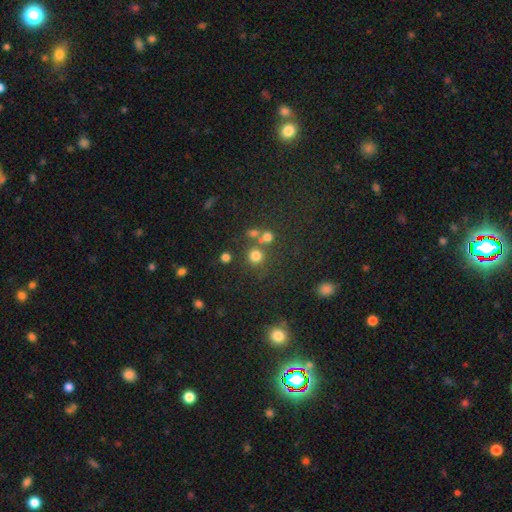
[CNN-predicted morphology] type=smooth (73%); roundness=round (91%); merging=none (66%).